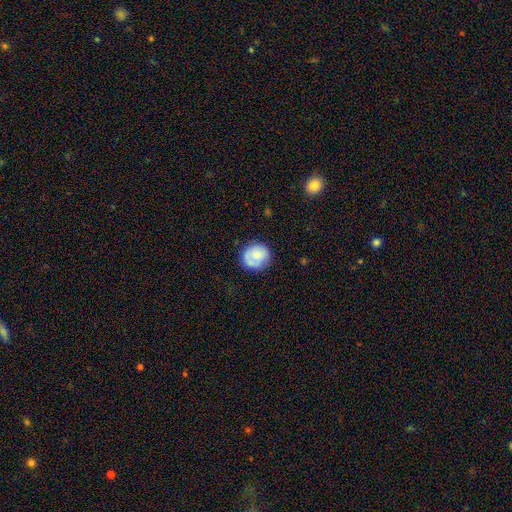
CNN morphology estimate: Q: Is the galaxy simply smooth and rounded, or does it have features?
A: smooth — 72%.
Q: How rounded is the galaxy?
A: round — 83%.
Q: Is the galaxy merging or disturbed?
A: none — 72%.